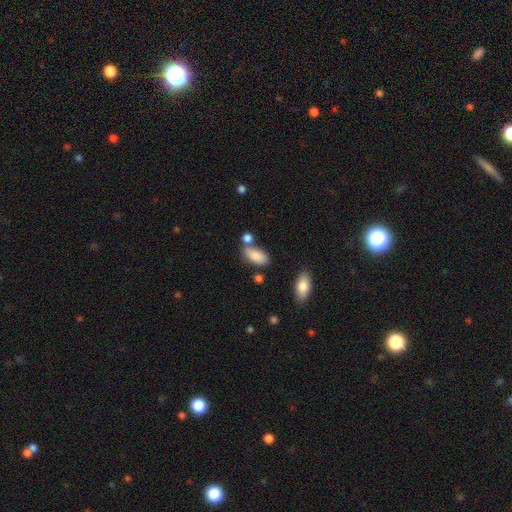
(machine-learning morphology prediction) This appears to be a smooth galaxy with no disk features (85%) that is in between round and cigar-shaped (89%). Merging: none (55%).